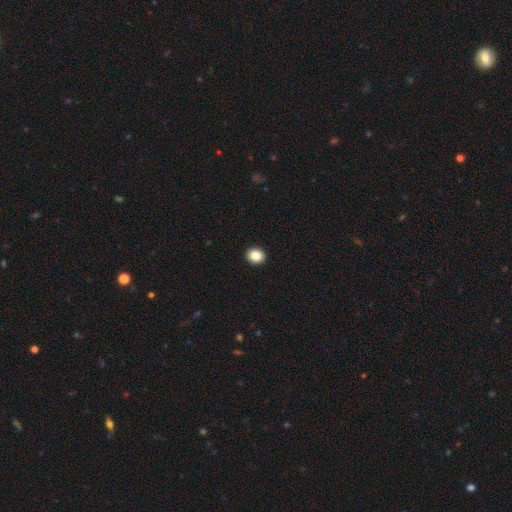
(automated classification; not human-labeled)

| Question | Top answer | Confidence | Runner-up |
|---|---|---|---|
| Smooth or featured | smooth | 86% | star or artifact (9%) |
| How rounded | round | 72% | in between (27%) |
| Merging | none | 93% | minor disturbance (4%) |